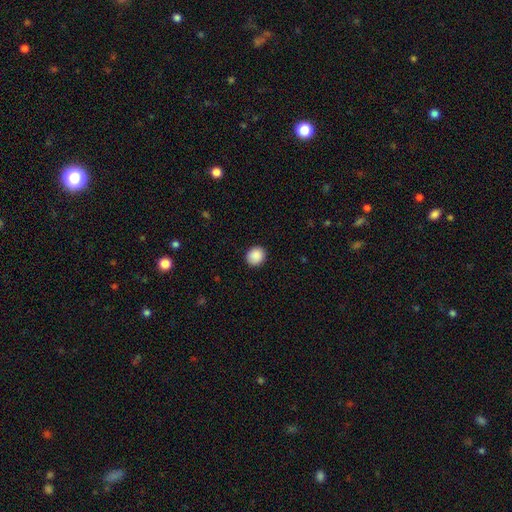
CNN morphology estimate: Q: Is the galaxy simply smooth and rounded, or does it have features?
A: smooth — 90%.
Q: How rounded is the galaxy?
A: round — 81%.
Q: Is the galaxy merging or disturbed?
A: none — 91%.